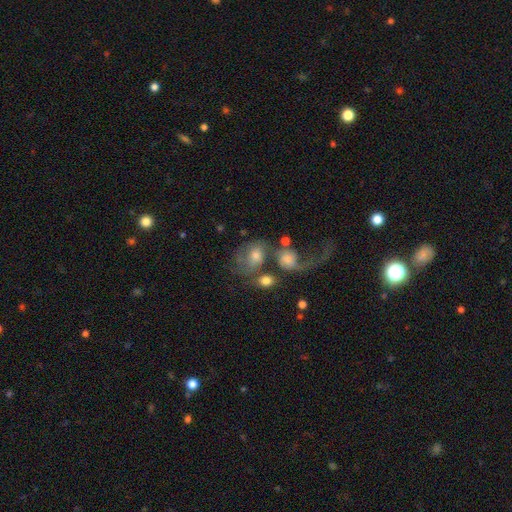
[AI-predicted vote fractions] A featured or disk galaxy (54%) with no bar (69%), spiral arms (77%) and a moderate central bulge (52%). Merging: merger (40%).